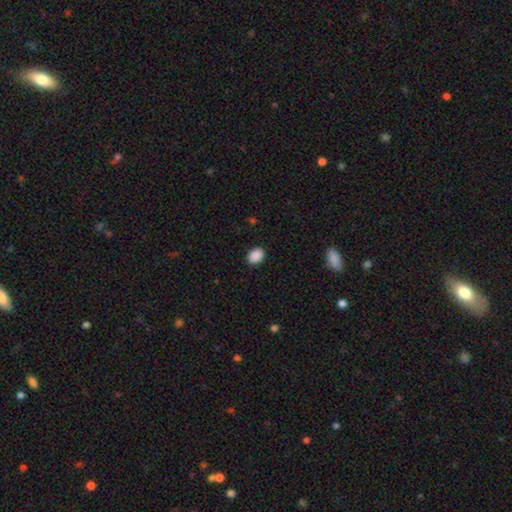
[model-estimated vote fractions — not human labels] smooth-or-featured: smooth: 89% | star or artifact: 8% | featured or disk: 2%
  how-rounded: in between: 60% | round: 39% | cigar-shaped: 1%
  merging: none: 89% | minor disturbance: 8% | major disturbance: 2% | merger: 1%